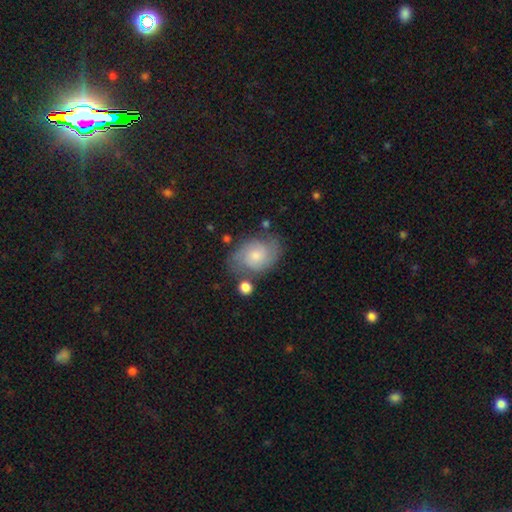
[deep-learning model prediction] A featured or disk galaxy (56%) with no bar (71%), spiral arms (88%) and a small central bulge (44%).

Vote fractions:
- Smooth or featured? featured or disk: 56% / smooth: 36% / star or artifact: 8%
- Edge-on disk? no: 97% / yes: 3%
- Bar? no: 71% / weak: 26% / strong: 3%
- Spiral arms? yes: 88% / no: 12%
- Bulge size? small: 44% / moderate: 40% / large: 8% / none: 6% / dominant: 2%
- Merging? none: 64% / minor disturbance: 21% / major disturbance: 8% / merger: 7%